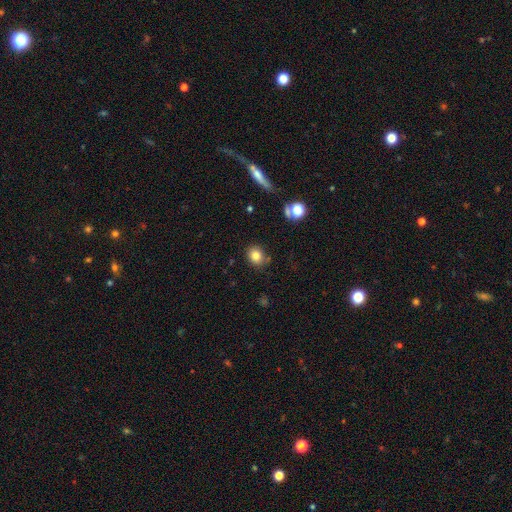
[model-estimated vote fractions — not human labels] A smooth galaxy with no disk features (80%) that is round (69%). Merging: none (82%).